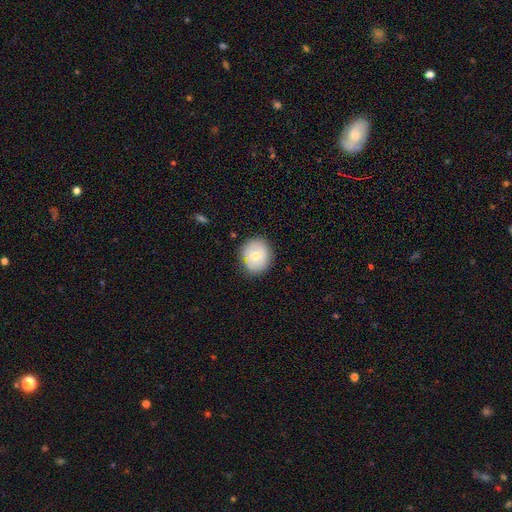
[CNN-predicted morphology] Smooth or featured? Predicted: smooth (p=0.67). How rounded? Predicted: round (p=0.72). Merging? Predicted: none (p=0.81).